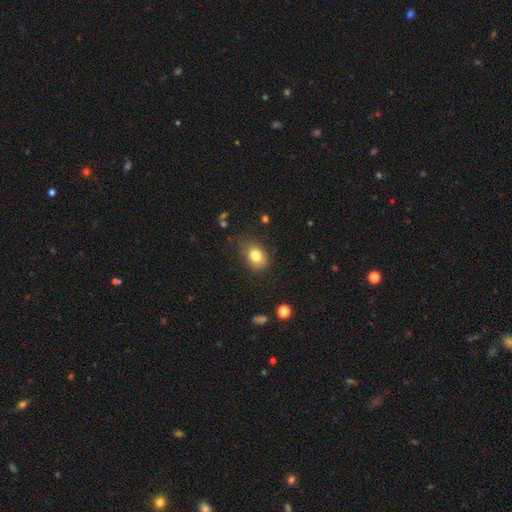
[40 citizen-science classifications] This is clearly a smooth galaxy (88%). How rounded: possibly in between (57%). Merging: possibly none (51%).